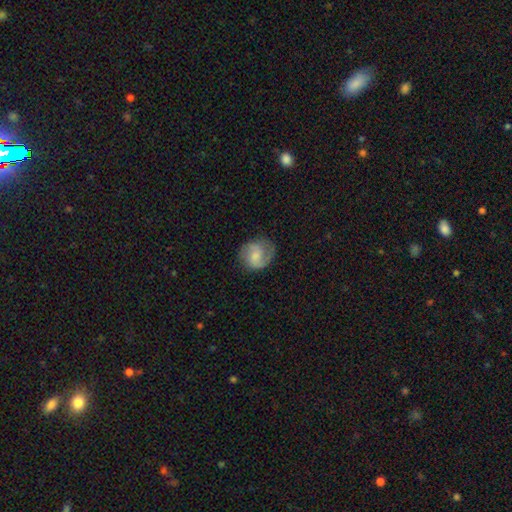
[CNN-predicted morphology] type=featured or disk (57%); edge-on=no (98%); bar=no (45%, tied with weak); spiral arms=yes (91%); winding=medium (48%); arm count=2 (79%); bulge=small (44%); merging=none (73%).